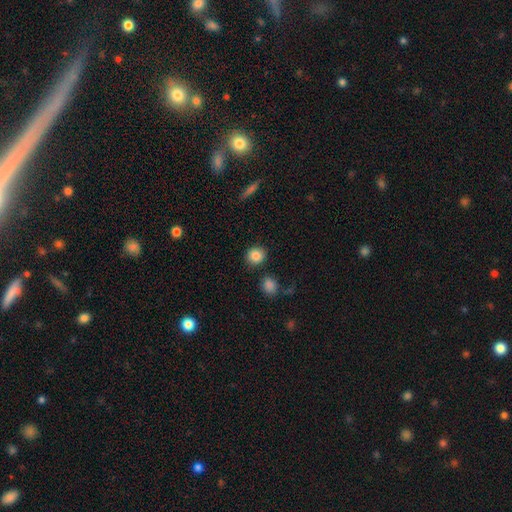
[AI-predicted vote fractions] Smooth or featured? Predicted: smooth (p=0.86). How rounded? Predicted: round (p=0.84). Merging? Predicted: none (p=0.85).